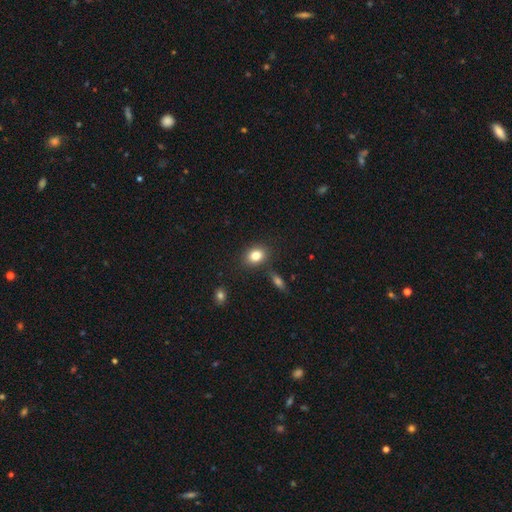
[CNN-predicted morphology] Smooth or featured? Predicted: smooth (p=0.83). How rounded? Predicted: in between (p=0.61). Merging? Predicted: none (p=0.80).